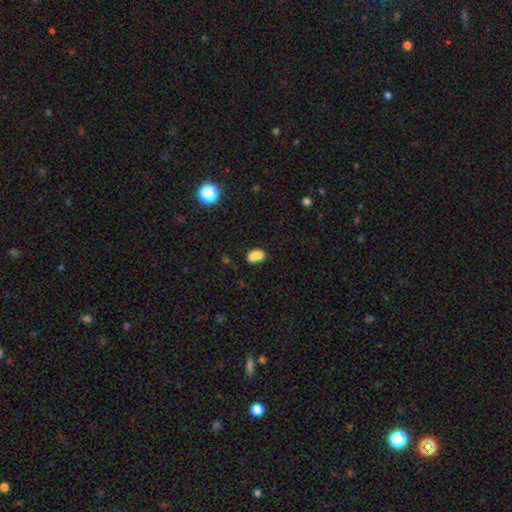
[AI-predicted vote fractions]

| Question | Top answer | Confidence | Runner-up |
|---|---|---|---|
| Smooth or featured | smooth | 82% | star or artifact (11%) |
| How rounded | in between | 84% | round (14%) |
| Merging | none | 60% | minor disturbance (22%) |